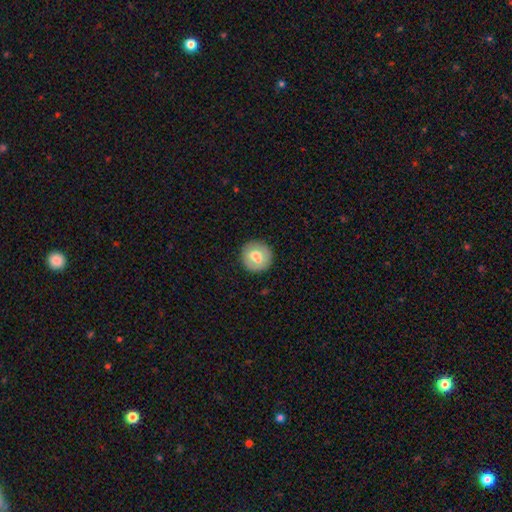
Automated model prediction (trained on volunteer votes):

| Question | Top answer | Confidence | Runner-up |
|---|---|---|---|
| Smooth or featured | smooth | 67% | featured or disk (26%) |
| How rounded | round | 92% | in between (8%) |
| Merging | none | 87% | minor disturbance (9%) |